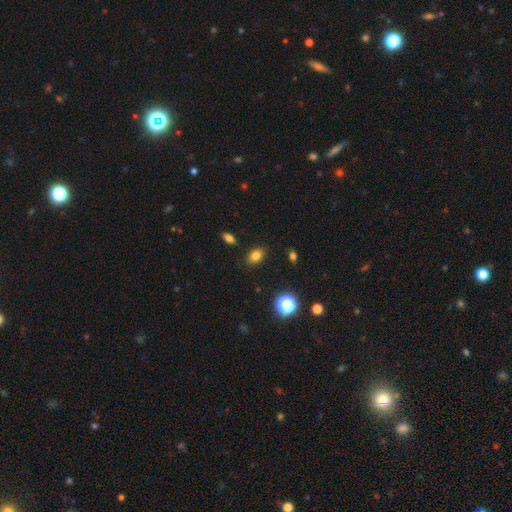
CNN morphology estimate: type=smooth (80%); roundness=in between (75%); merging=none (87%).